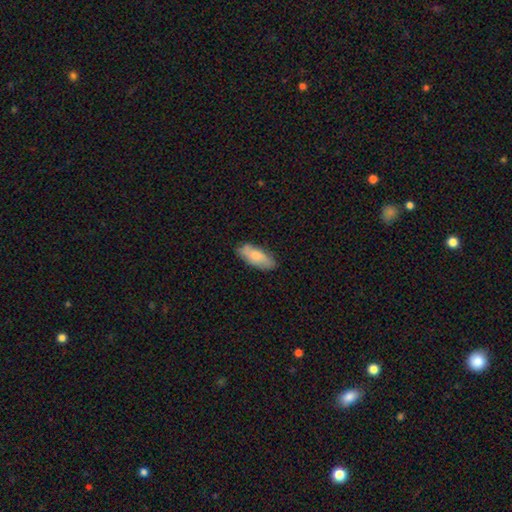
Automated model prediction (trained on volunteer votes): smooth 77%, featured or disk 17%, star or artifact 6%. Down the decision tree: how rounded — in between (80%); merging — none (76%).